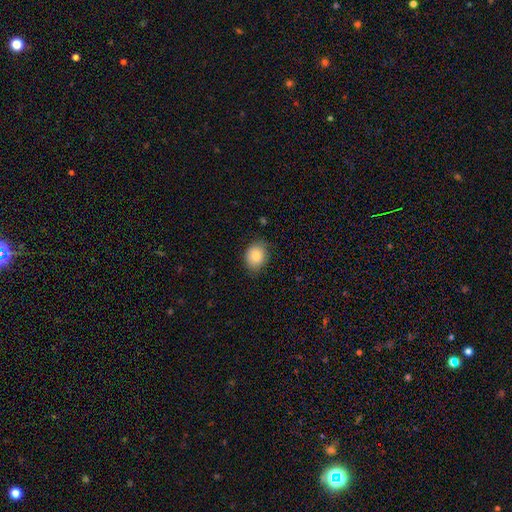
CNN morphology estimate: This is clearly a smooth galaxy (85%). How rounded: possibly in between (52%). Merging: likely none (80%).